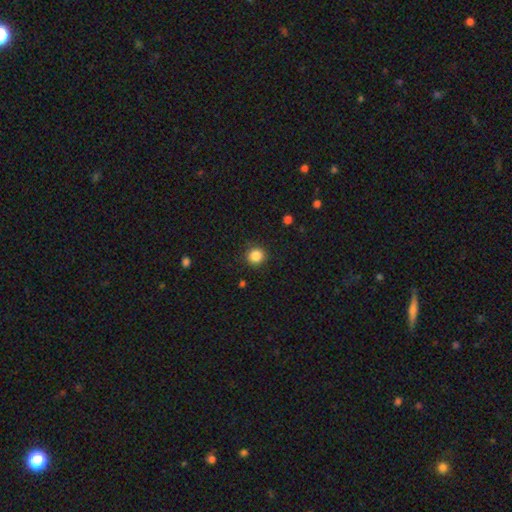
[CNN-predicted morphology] Smooth or featured?
  - smooth: 86% *
  - star or artifact: 11%
  - featured or disk: 4%
How rounded?
  - round: 92% *
  - in between: 7%
  - cigar-shaped: 1%
Merging?
  - none: 90% *
  - minor disturbance: 7%
  - major disturbance: 2%
  - merger: 1%